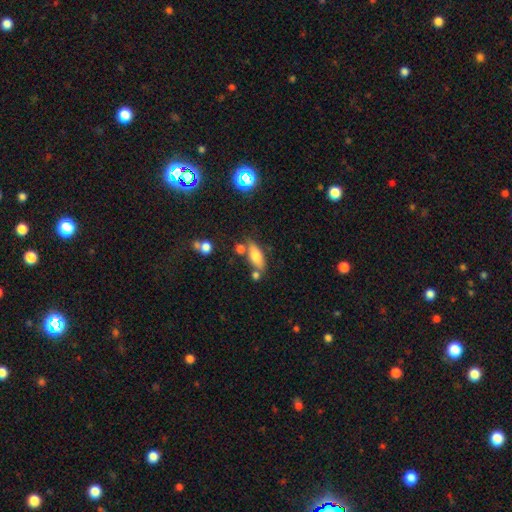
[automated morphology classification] Smooth or featured?
  - smooth: 69% *
  - featured or disk: 21%
  - star or artifact: 10%
How rounded?
  - in between: 71% *
  - cigar-shaped: 26%
  - round: 4%
Merging?
  - none: 65% *
  - minor disturbance: 16%
  - merger: 15%
  - major disturbance: 5%